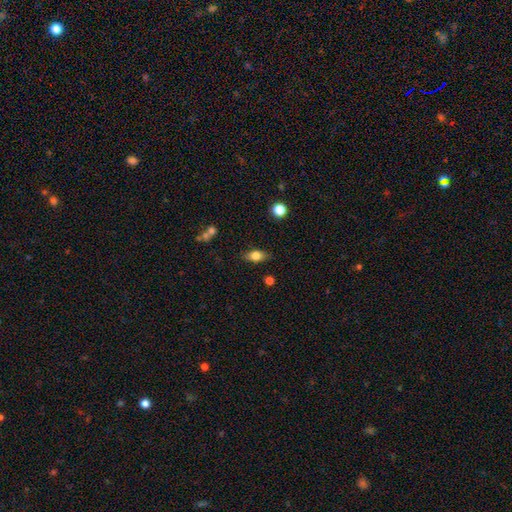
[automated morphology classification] Smooth or featured? smooth (77%)
How rounded? in between (81%)
Merging? none (81%)